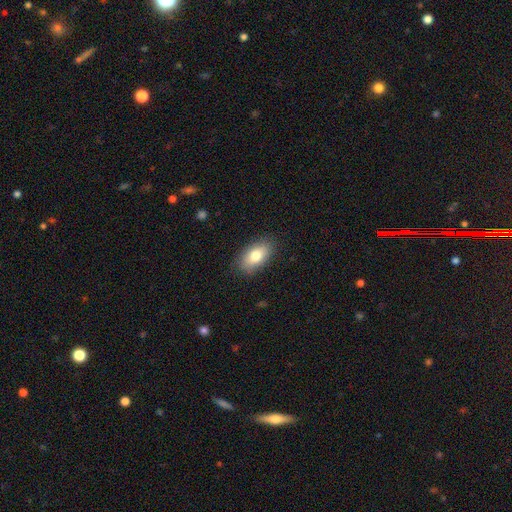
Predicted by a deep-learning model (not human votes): Smooth or featured?
  - smooth: 79% *
  - featured or disk: 14%
  - star or artifact: 7%
How rounded?
  - in between: 91% *
  - round: 5%
  - cigar-shaped: 4%
Merging?
  - none: 85% *
  - minor disturbance: 11%
  - major disturbance: 3%
  - merger: 1%